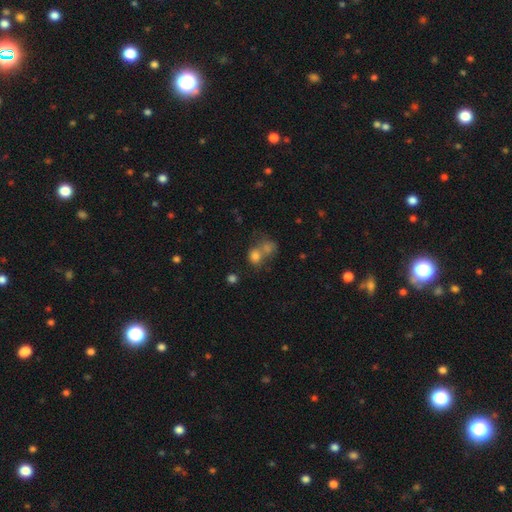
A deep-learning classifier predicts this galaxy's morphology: A smooth galaxy with no disk features (77%) that is round (66%).

Vote fractions:
- Smooth or featured? smooth: 77% / star or artifact: 12% / featured or disk: 11%
- How rounded? round: 66% / in between: 33% / cigar-shaped: 1%
- Merging? merger: 54% / none: 32% / minor disturbance: 8% / major disturbance: 6%